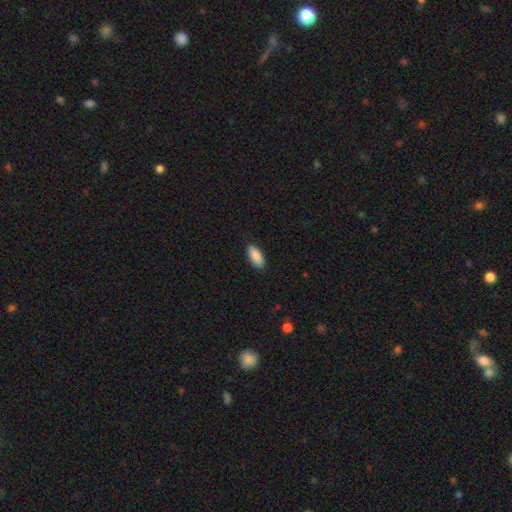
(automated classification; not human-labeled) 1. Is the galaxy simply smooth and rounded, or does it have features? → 89% smooth, 6% star or artifact, 5% featured or disk.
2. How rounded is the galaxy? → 89% in between, 9% cigar-shaped, 2% round.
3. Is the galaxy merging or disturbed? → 88% none, 9% minor disturbance, 2% major disturbance, 1% merger.